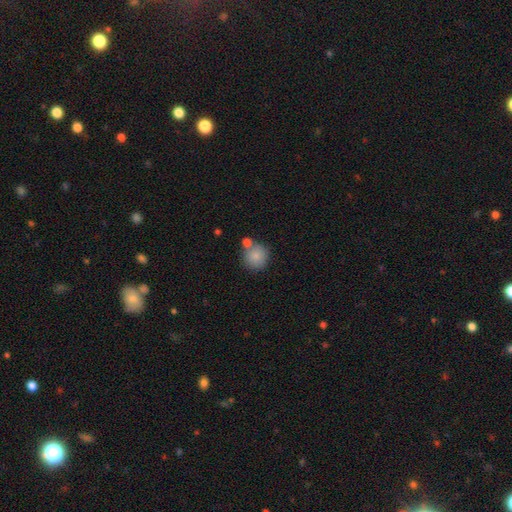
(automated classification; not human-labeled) A smooth galaxy with no disk features (84%) that is round (92%).

Vote fractions:
- Smooth or featured? smooth: 84% / star or artifact: 9% / featured or disk: 7%
- How rounded? round: 92% / in between: 7% / cigar-shaped: 1%
- Merging? none: 66% / merger: 20% / minor disturbance: 10% / major disturbance: 3%